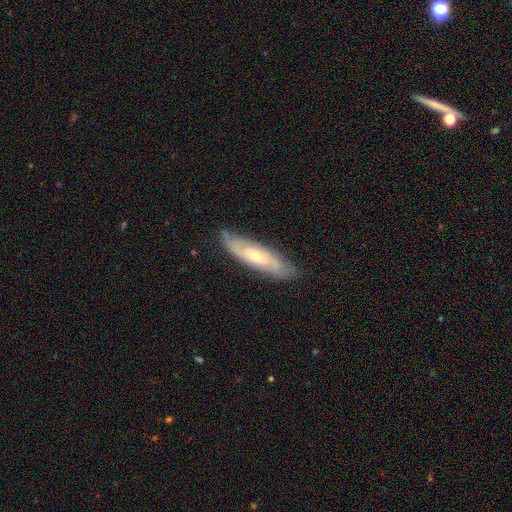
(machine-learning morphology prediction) The model was most divided on "bulge size": small: 56%, moderate: 40%, large: 2%, none: 1%, dominant: 1%. More confident: spiral arms — yes (84%); merging — none (78%); edge-on disk — no (73%); smooth or featured — featured or disk (69%); bar — no (69%).